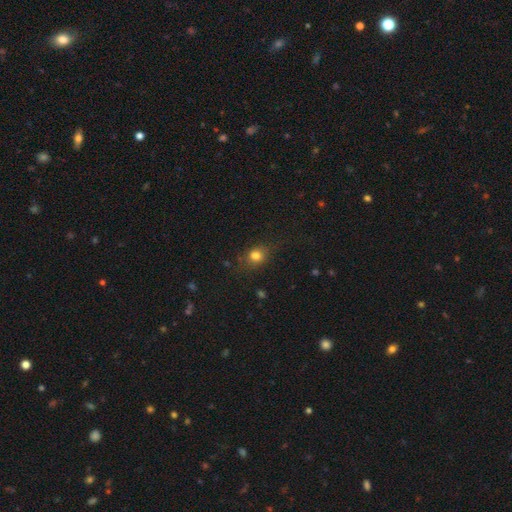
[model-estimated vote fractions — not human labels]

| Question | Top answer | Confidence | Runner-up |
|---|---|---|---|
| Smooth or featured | smooth | 78% | star or artifact (14%) |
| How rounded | round | 57% | in between (41%) |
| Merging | none | 72% | minor disturbance (19%) |